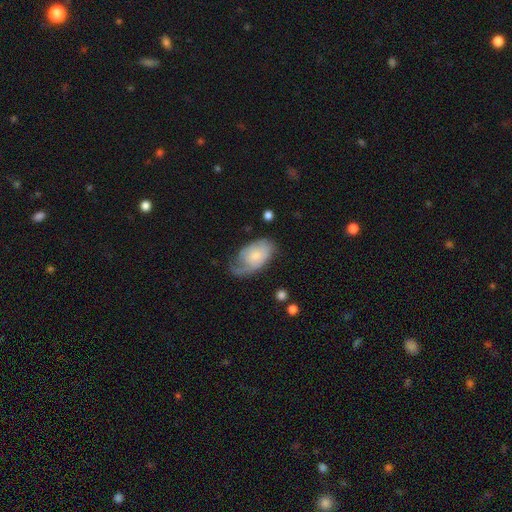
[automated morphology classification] This appears to be a featured or disk galaxy (50%). Merging: none (39%).